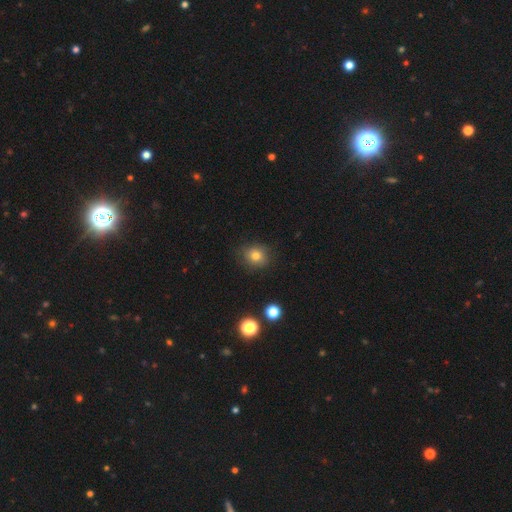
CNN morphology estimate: type=smooth (78%); roundness=round (76%); merging=none (84%).